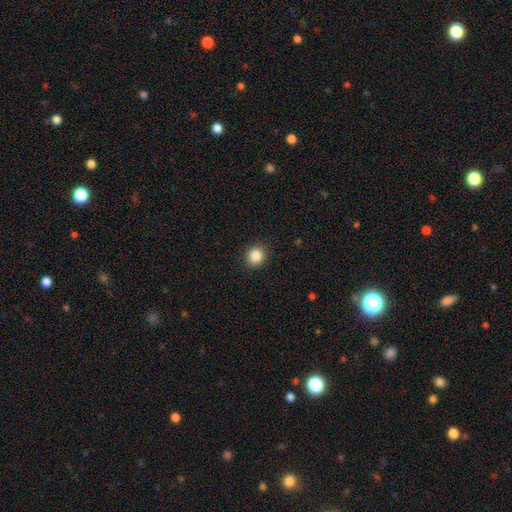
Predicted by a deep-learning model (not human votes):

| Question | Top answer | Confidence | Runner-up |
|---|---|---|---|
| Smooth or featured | smooth | 86% | star or artifact (10%) |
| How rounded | round | 86% | in between (13%) |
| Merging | none | 91% | minor disturbance (6%) |